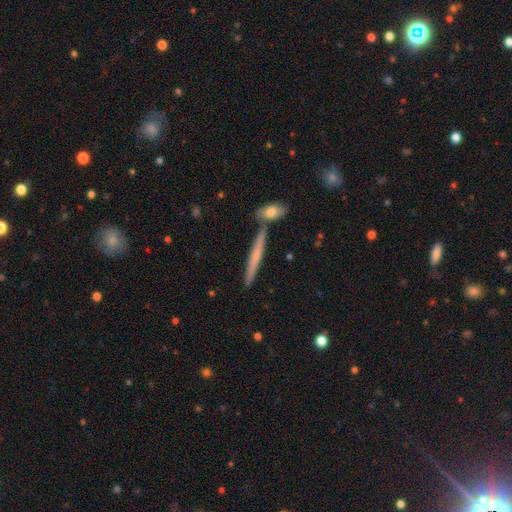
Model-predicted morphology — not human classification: Smooth or featured: featured or disk — 47% (tied with smooth — 47%)
Merging: none — 80% (merger — 10%)